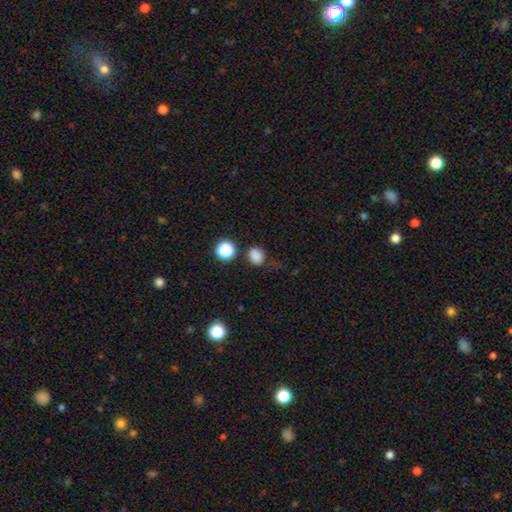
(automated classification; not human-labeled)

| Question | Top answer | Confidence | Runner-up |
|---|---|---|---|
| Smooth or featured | smooth | 79% | star or artifact (16%) |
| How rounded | round | 58% | in between (41%) |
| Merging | none | 62% | minor disturbance (22%) |